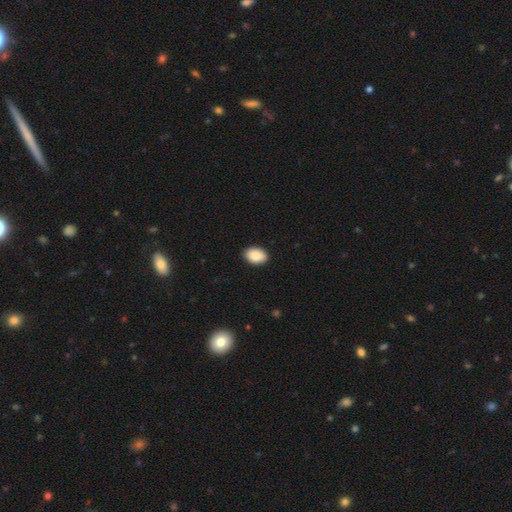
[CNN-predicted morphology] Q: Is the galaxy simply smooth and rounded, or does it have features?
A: smooth — 89%.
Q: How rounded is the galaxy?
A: in between — 87%.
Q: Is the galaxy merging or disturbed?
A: none — 90%.